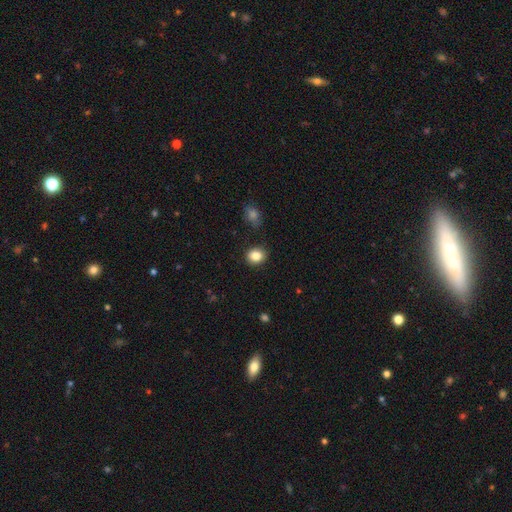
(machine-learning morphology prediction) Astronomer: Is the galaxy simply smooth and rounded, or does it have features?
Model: smooth — 86%.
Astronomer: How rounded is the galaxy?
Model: round — 66%.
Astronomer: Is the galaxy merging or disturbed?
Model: none — 87%.